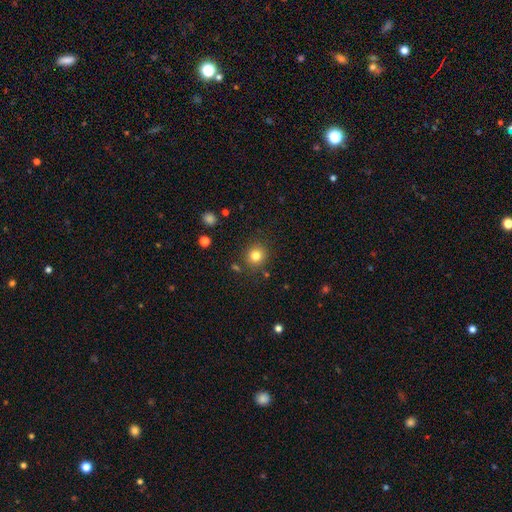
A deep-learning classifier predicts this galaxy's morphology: Smooth or featured?
  - smooth: 81% *
  - star or artifact: 12%
  - featured or disk: 7%
How rounded?
  - round: 88% *
  - in between: 11%
  - cigar-shaped: 1%
Merging?
  - none: 85% *
  - minor disturbance: 8%
  - merger: 3%
  - major disturbance: 3%